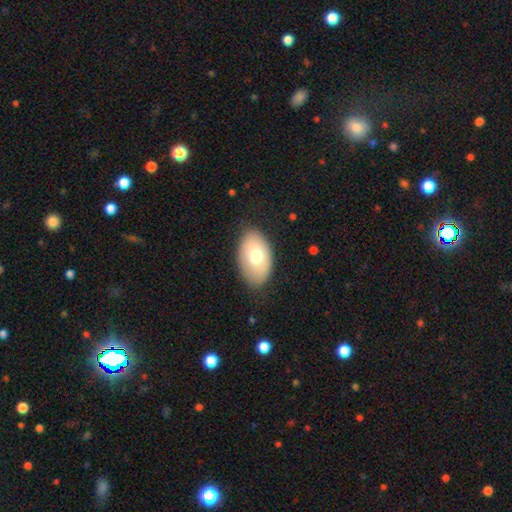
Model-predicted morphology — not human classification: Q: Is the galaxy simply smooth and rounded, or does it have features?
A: smooth — 68%.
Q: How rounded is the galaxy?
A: in between — 92%.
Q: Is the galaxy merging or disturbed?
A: none — 79%.